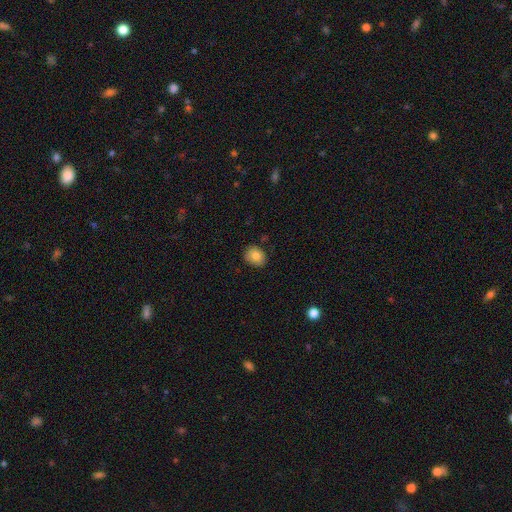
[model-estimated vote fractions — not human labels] Smooth or featured? smooth (81%)
How rounded? round (53%)
Merging? none (85%)